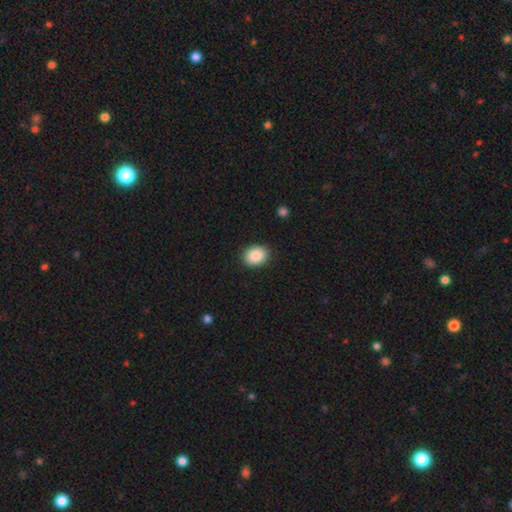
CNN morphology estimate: The model was most divided on "how rounded": in between: 60%, round: 39%, cigar-shaped: 1%. More confident: merging — none (89%); smooth or featured — smooth (88%).